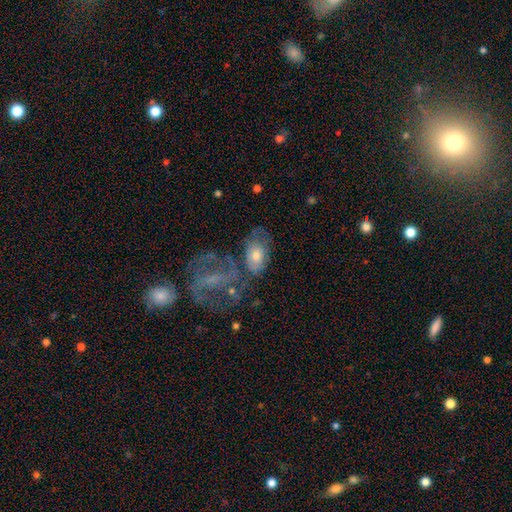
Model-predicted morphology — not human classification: smooth 49%, featured or disk 42%, star or artifact 9%. Down the decision tree: merging — none (47%).